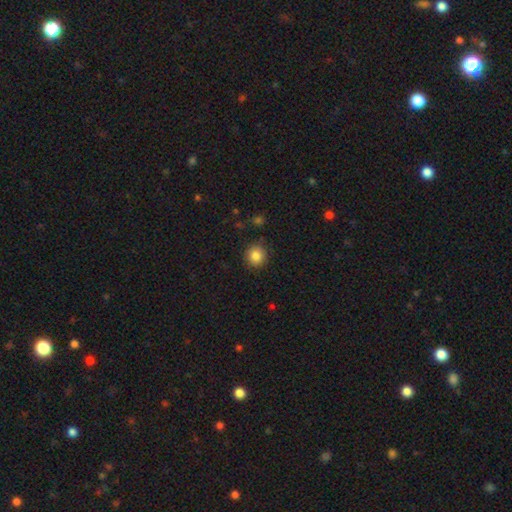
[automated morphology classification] smooth_or_featured: smooth (p=0.85) [alt: star or artifact p=0.10]
how_rounded: round (p=0.92) [alt: in between p=0.07]
merging: none (p=0.89) [alt: minor disturbance p=0.07]